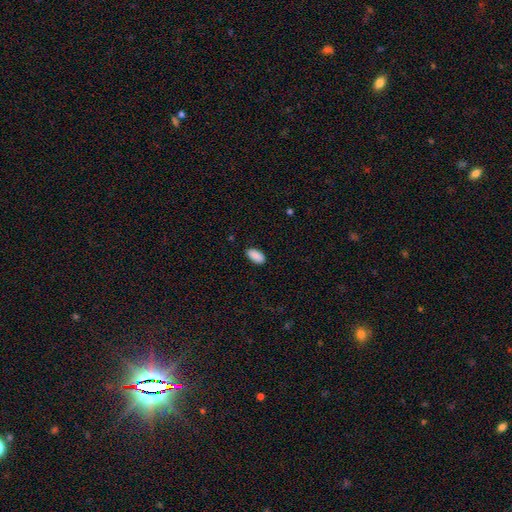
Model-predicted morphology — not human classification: Smooth or featured?
  - smooth: 91% *
  - star or artifact: 7%
  - featured or disk: 3%
How rounded?
  - in between: 94% *
  - cigar-shaped: 4%
  - round: 2%
Merging?
  - none: 87% *
  - minor disturbance: 9%
  - major disturbance: 2%
  - merger: 1%